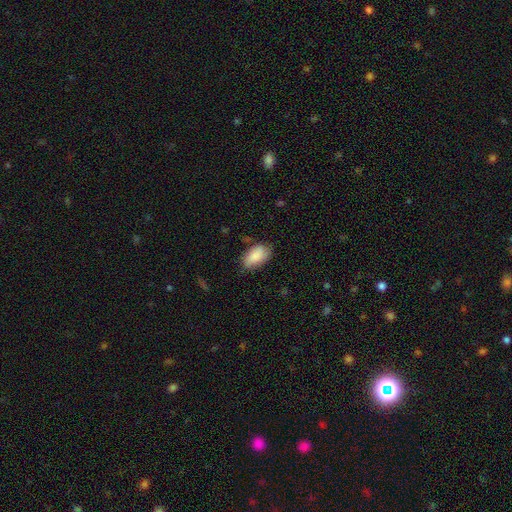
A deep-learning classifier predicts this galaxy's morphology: This appears to be a smooth galaxy with no disk features (85%) that is in between round and cigar-shaped (93%). Merging: none (66%).